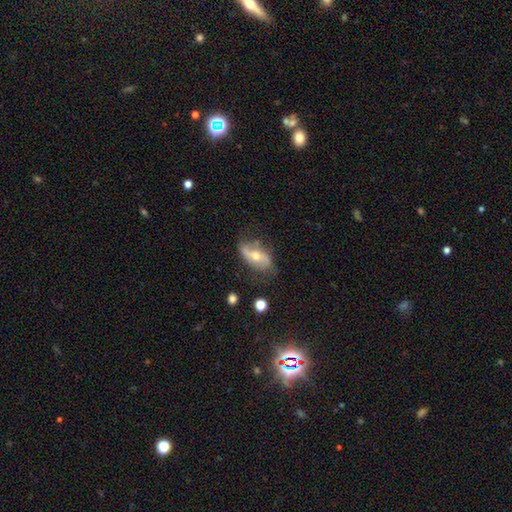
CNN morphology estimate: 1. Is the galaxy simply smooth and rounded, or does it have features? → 65% featured or disk, 28% smooth, 7% star or artifact.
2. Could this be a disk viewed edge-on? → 89% no, 11% yes.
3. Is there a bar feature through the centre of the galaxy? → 44% no, 31% weak, 25% strong.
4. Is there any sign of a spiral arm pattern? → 79% yes, 21% no.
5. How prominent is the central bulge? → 68% moderate, 26% small, 4% large, 1% none, 1% dominant.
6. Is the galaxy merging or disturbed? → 65% none, 24% minor disturbance, 8% major disturbance, 3% merger.